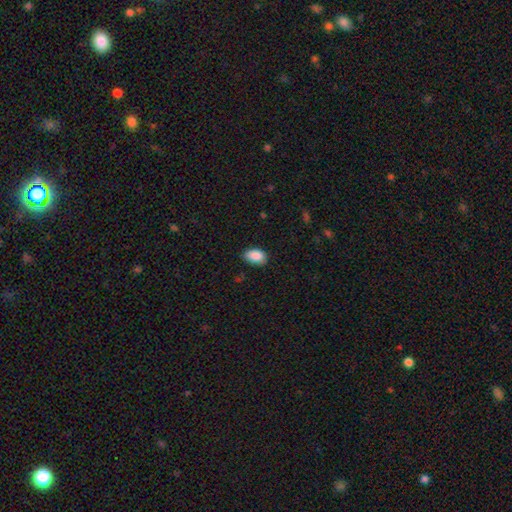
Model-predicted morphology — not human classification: smooth-or-featured: smooth: 89% | star or artifact: 7% | featured or disk: 4%
  how-rounded: in between: 90% | round: 9% | cigar-shaped: 1%
  merging: none: 78% | minor disturbance: 18% | major disturbance: 3% | merger: 1%